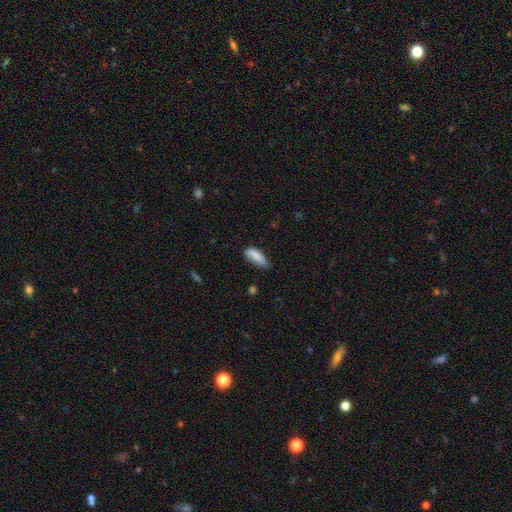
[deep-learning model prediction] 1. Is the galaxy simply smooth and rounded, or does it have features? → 84% smooth, 10% featured or disk, 7% star or artifact.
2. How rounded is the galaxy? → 75% in between, 23% cigar-shaped, 2% round.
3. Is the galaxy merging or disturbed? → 65% none, 28% minor disturbance, 5% major disturbance, 2% merger.